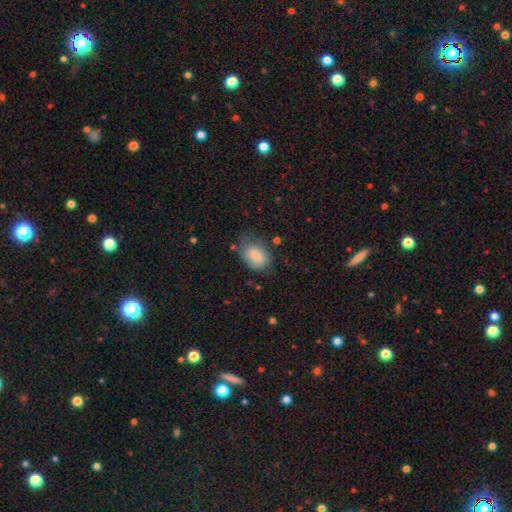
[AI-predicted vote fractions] smooth_or_featured: smooth (p=0.82) [alt: featured or disk p=0.11]
how_rounded: in between (p=0.82) [alt: round p=0.17]
merging: none (p=0.51) [alt: minor disturbance p=0.32]